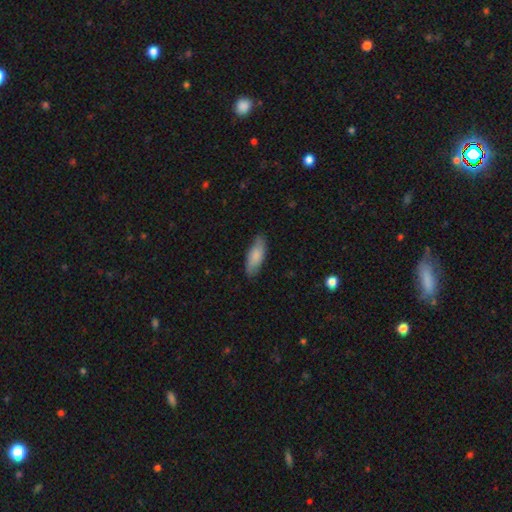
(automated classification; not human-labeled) Smooth or featured? smooth (79%)
How rounded? in between (75%)
Merging? none (80%)